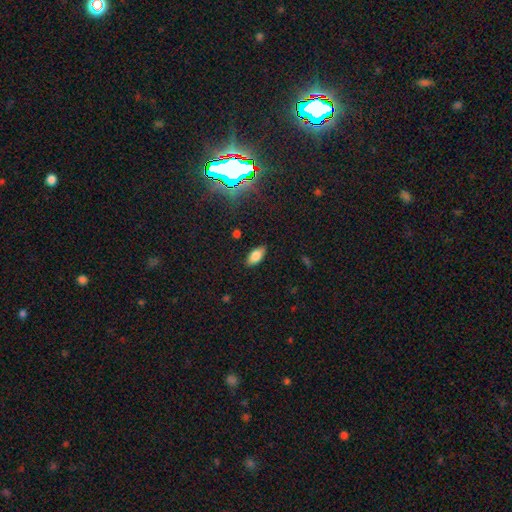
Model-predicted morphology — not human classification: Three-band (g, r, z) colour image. It shows a smooth galaxy with no disk features (78%) that is in between round and cigar-shaped (89%). Merging: none (87%).